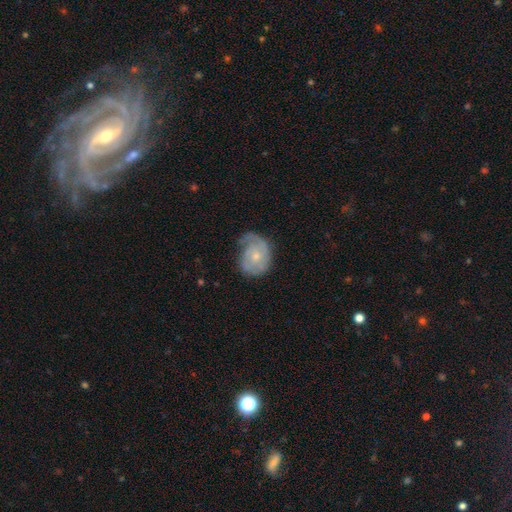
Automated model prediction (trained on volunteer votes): Smooth or featured: featured or disk — 71% (smooth — 23%)
Edge-on disk: no — 98% (yes — 2%)
Bar: no — 74% (weak — 23%)
Spiral arms: yes — 90% (no — 10%)
Spiral winding: tight — 50% (medium — 34%)
Spiral arm count: 2 — 38% (1 — 28%)
Bulge size: small — 57% (moderate — 38%)
Merging: none — 48% (minor disturbance — 31%)